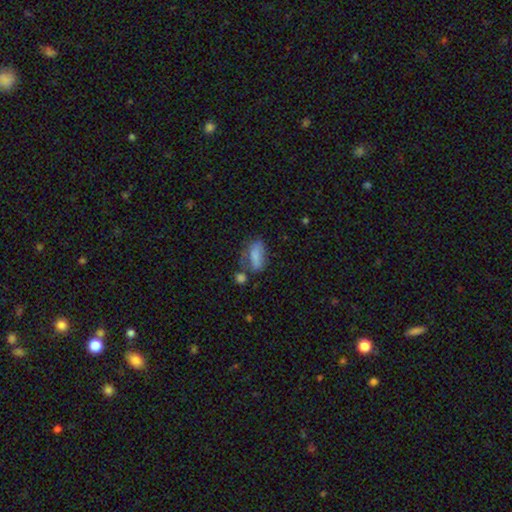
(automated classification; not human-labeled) smooth-or-featured: smooth: 76% | featured or disk: 15% | star or artifact: 9%
  how-rounded: in between: 83% | cigar-shaped: 12% | round: 5%
  merging: none: 44% | minor disturbance: 25% | merger: 16% | major disturbance: 15%